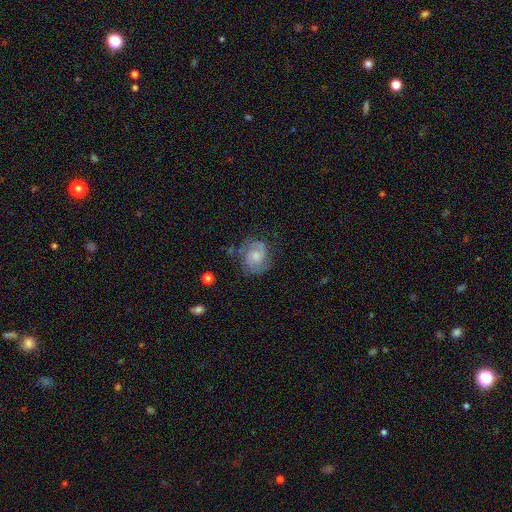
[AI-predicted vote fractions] The model was most divided on "bulge size": moderate: 43%, small: 42%, none: 9%, large: 5%, dominant: 1%. More confident: edge-on disk — no (98%); spiral arms — yes (96%); spiral arm count — 2 (84%); smooth or featured — featured or disk (78%); merging — none (72%); bar — no (61%); spiral winding — medium (50%).